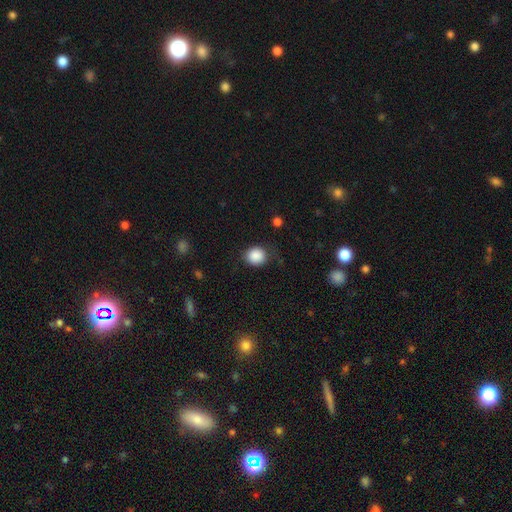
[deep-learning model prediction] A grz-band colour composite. It shows a smooth galaxy with no disk features (88%) that is round (79%). Merging: none (78%).